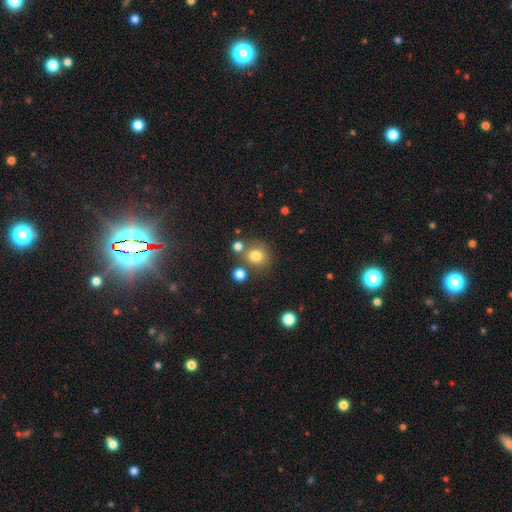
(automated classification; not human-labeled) Smooth or featured?
  - smooth: 78% *
  - star or artifact: 14%
  - featured or disk: 8%
How rounded?
  - round: 78% *
  - in between: 21%
  - cigar-shaped: 1%
Merging?
  - none: 69% *
  - merger: 15%
  - minor disturbance: 12%
  - major disturbance: 5%